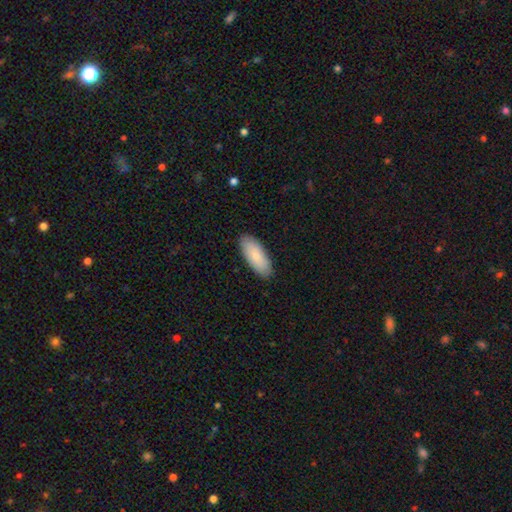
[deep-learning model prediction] This appears to be a smooth galaxy with no disk features (87%) that is in between round and cigar-shaped (80%). Merging: none (89%).